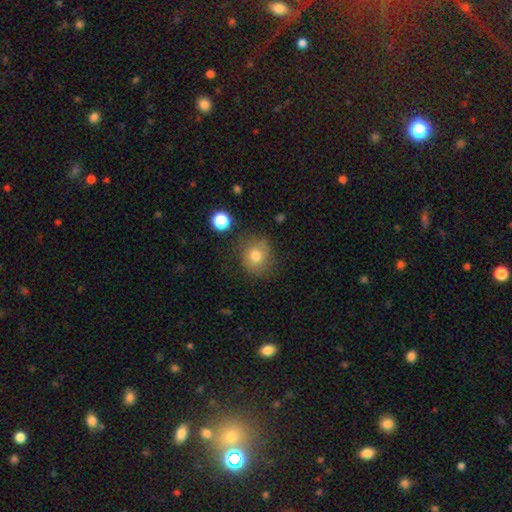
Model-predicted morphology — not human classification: Smooth or featured?
  - smooth: 72% *
  - featured or disk: 16%
  - star or artifact: 11%
How rounded?
  - round: 75% *
  - in between: 24%
  - cigar-shaped: 1%
Merging?
  - none: 69% *
  - minor disturbance: 20%
  - major disturbance: 8%
  - merger: 3%